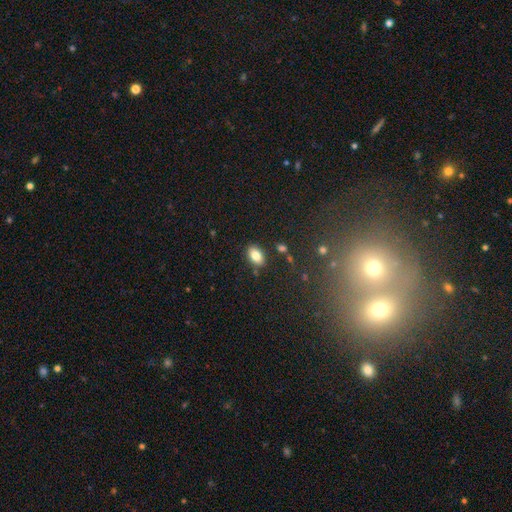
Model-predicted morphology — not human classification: This appears to be a smooth galaxy with no disk features (83%) that is in between round and cigar-shaped (88%). Merging: none (83%).